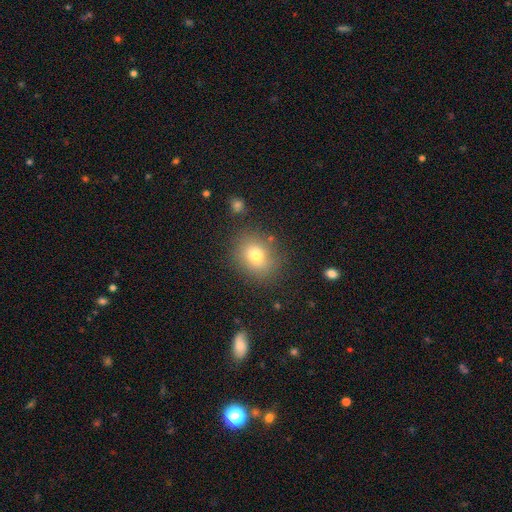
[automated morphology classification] Smooth or featured?
  - smooth: 74% *
  - star or artifact: 14%
  - featured or disk: 12%
How rounded?
  - round: 63% *
  - in between: 36%
  - cigar-shaped: 1%
Merging?
  - none: 81% *
  - minor disturbance: 12%
  - major disturbance: 4%
  - merger: 3%